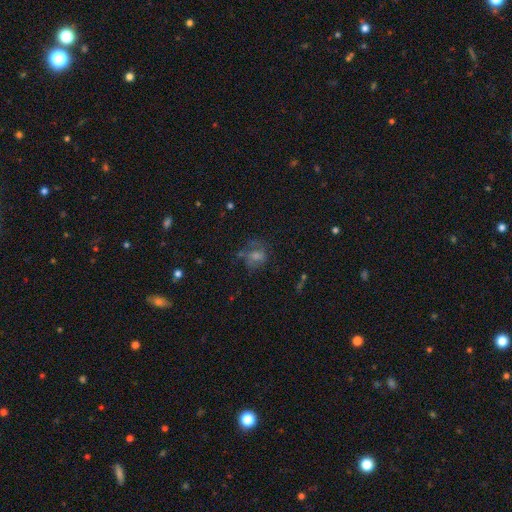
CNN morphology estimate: Q: Smooth or featured?
A: smooth (56%); runner-up: featured or disk (28%)
Q: How rounded?
A: round (55%); runner-up: in between (44%)
Q: Merging?
A: none (43%); runner-up: major disturbance (28%)